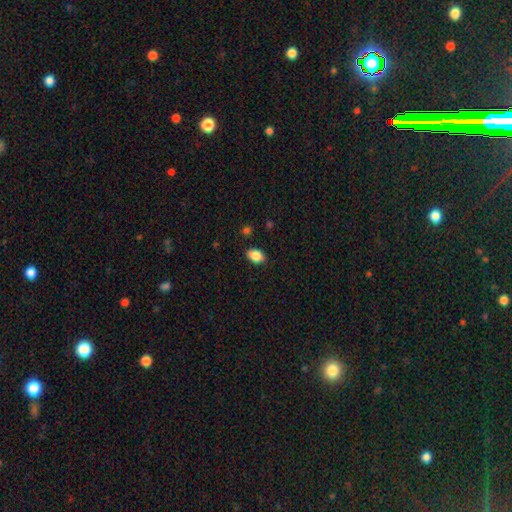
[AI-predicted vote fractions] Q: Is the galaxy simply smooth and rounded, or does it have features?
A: smooth — 86%.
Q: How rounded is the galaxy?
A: in between — 78%.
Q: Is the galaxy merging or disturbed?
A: none — 87%.